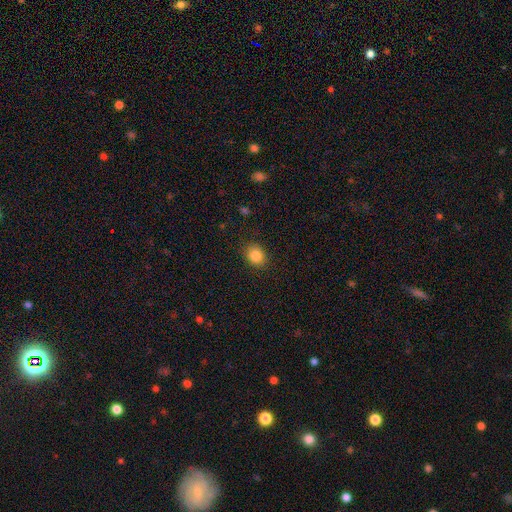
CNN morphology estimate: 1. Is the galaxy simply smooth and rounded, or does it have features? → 86% smooth, 9% star or artifact, 5% featured or disk.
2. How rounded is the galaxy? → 58% round, 41% in between, 1% cigar-shaped.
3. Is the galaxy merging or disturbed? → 87% none, 9% minor disturbance, 3% major disturbance, 1% merger.